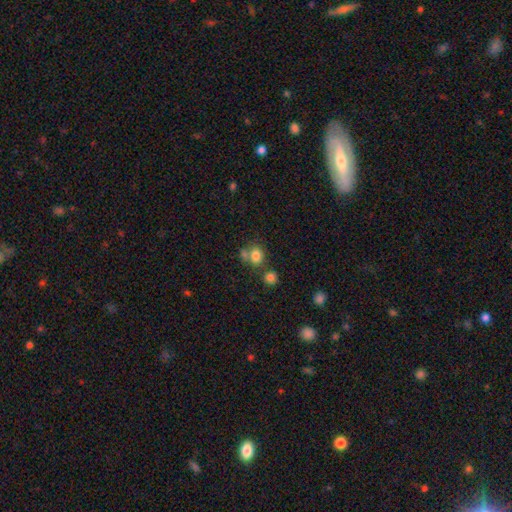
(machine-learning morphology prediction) Q: Smooth or featured?
A: smooth (80%); runner-up: star or artifact (12%)
Q: How rounded?
A: round (55%); runner-up: in between (44%)
Q: Merging?
A: none (52%); runner-up: merger (31%)